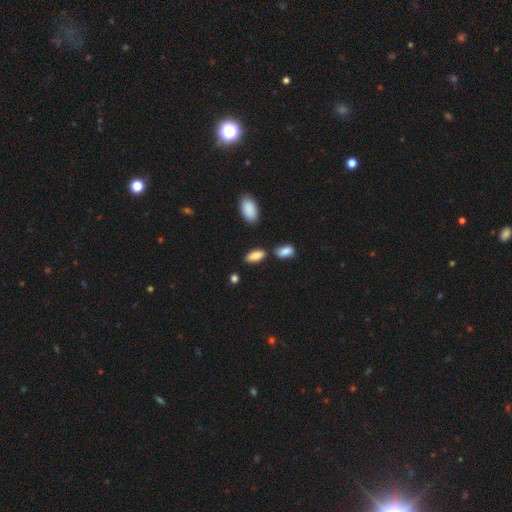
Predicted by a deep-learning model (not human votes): The model was most divided on "merging": none: 77%, minor disturbance: 12%, merger: 8%, major disturbance: 3%. More confident: how rounded — in between (86%); smooth or featured — smooth (83%).